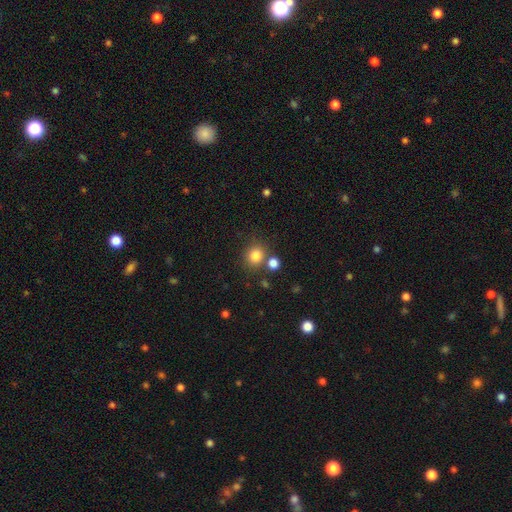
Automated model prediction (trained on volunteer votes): Smooth or featured: smooth — 82% (star or artifact — 12%)
How rounded: round — 82% (in between — 17%)
Merging: none — 72% (merger — 14%)